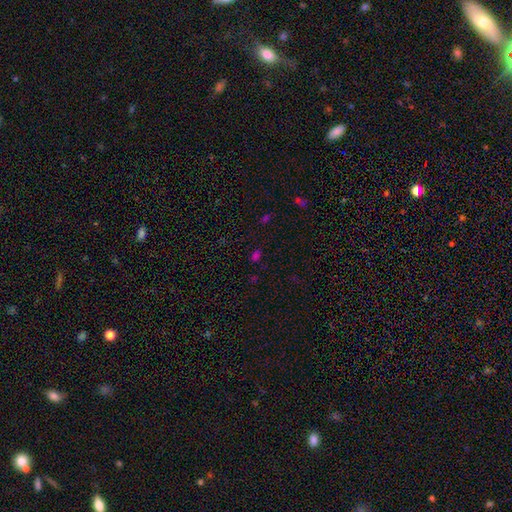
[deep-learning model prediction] smooth 59%, star or artifact 36%, featured or disk 5%. Down the decision tree: how rounded — in between (80%); merging — none (78%).